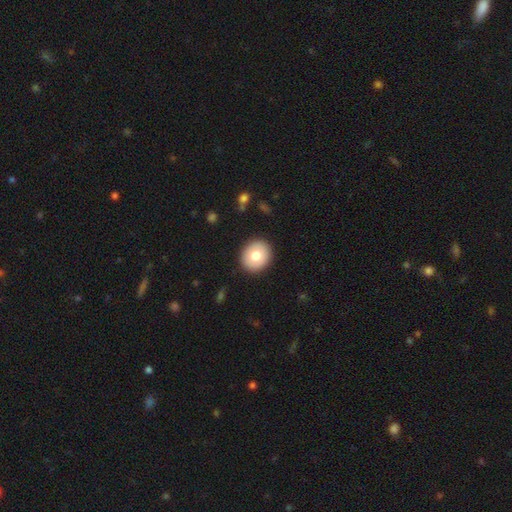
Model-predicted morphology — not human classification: smooth_or_featured: smooth (p=0.73) [alt: featured or disk p=0.20]
how_rounded: round (p=0.78) [alt: in between p=0.22]
merging: none (p=0.90) [alt: minor disturbance p=0.07]